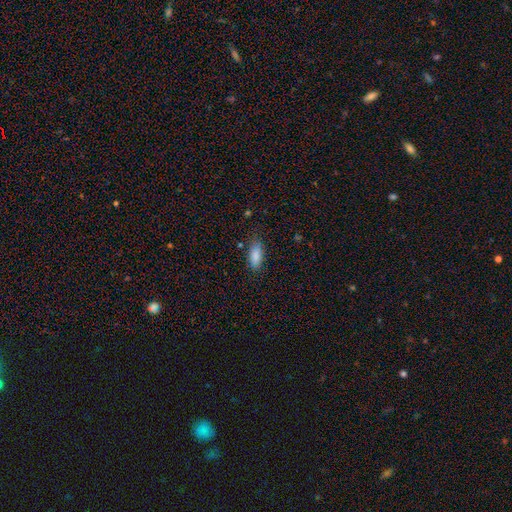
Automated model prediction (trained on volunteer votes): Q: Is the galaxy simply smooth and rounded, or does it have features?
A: smooth — 87%.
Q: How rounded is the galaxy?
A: in between — 80%.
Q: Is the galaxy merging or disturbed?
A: none — 75%.